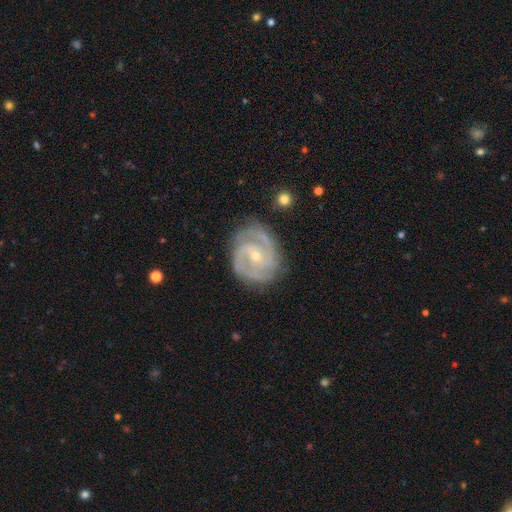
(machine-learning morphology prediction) type=featured or disk (91%); edge-on=no (98%); bar=no (57%); spiral arms=yes (98%); winding=tight (57%); arm count=2 (51%); bulge=small (72%); merging=none (78%).